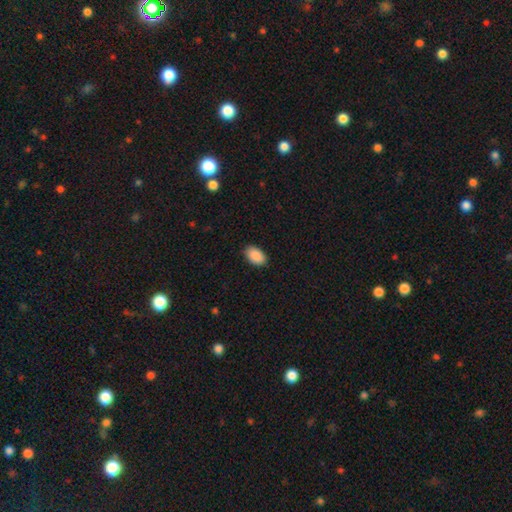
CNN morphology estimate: smooth 90%, star or artifact 7%, featured or disk 3%. Down the decision tree: how rounded — in between (94%); merging — none (89%).